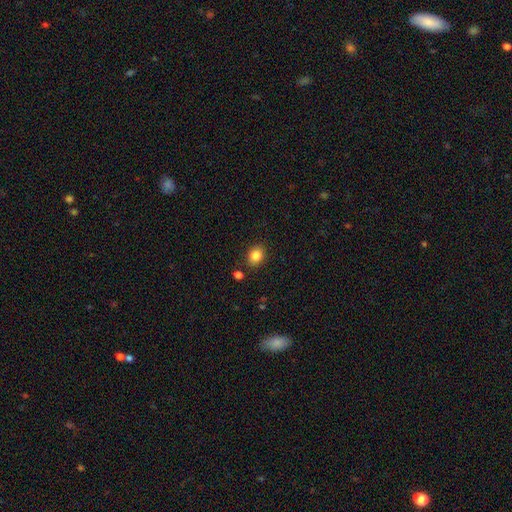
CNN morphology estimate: A smooth galaxy with no disk features (84%) that is round (52%). Merging: none (84%).